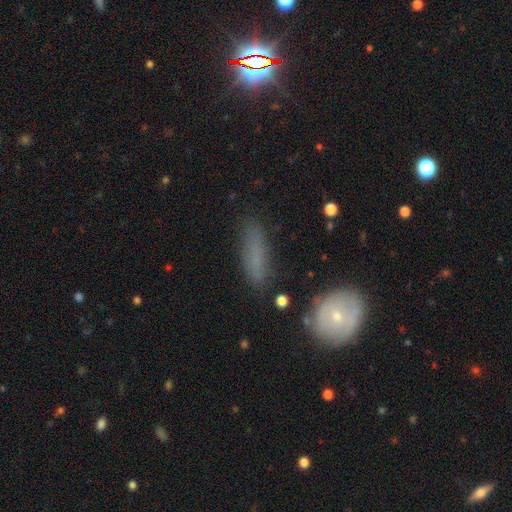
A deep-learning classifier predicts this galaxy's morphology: Smooth or featured? smooth (67%)
How rounded? cigar-shaped (50%)
Merging? none (78%)